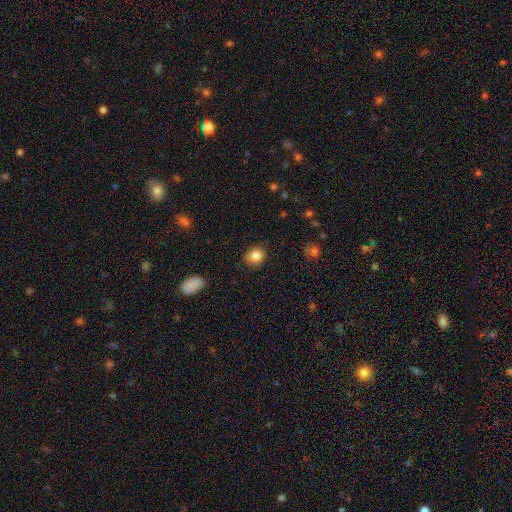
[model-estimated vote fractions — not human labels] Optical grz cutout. It shows a smooth galaxy with no disk features (85%) that is round (67%). Merging: none (78%).